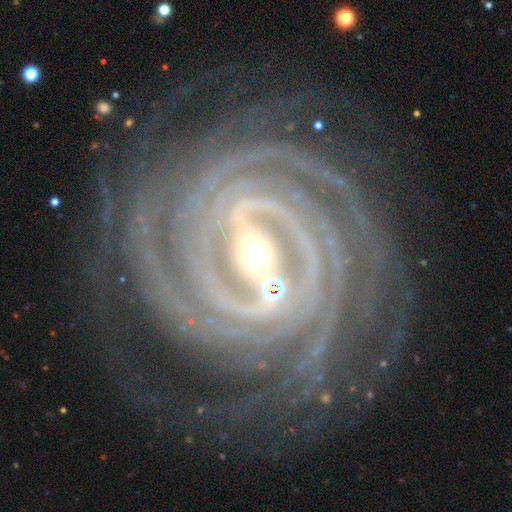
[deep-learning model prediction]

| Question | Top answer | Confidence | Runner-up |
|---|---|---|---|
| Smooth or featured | featured or disk | 93% | star or artifact (4%) |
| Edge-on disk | no | 97% | yes (3%) |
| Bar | strong | 75% | weak (19%) |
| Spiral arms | yes | 99% | no (1%) |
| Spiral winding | tight | 89% | medium (9%) |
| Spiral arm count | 4 | 28% | more than 4 (25%) |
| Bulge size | small | 52% | moderate (43%) |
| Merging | none | 81% | minor disturbance (12%) |